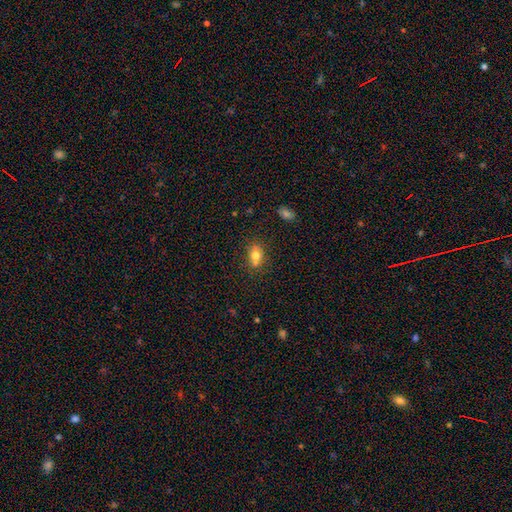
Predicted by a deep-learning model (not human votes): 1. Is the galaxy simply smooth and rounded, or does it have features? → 74% smooth, 14% featured or disk, 12% star or artifact.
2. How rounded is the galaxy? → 66% in between, 32% round, 3% cigar-shaped.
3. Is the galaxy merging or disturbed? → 62% none, 17% merger, 16% minor disturbance, 4% major disturbance.